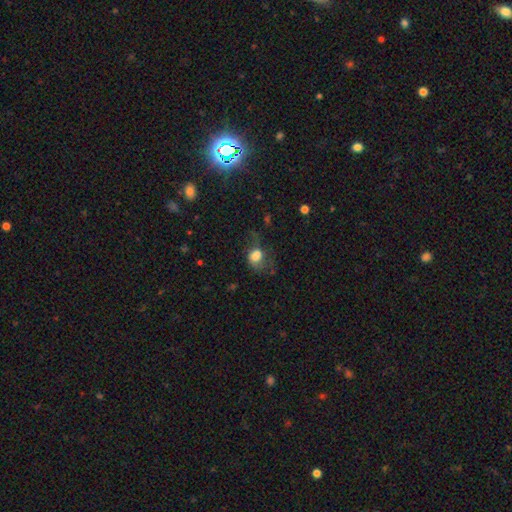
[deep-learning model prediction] This is likely a smooth galaxy (65%). How rounded: possibly in between (53%). Merging: possibly major disturbance (45%).